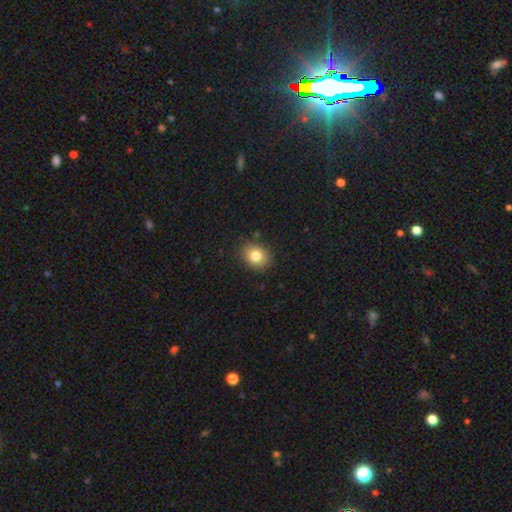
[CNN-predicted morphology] smooth-or-featured: smooth: 81% | star or artifact: 10% | featured or disk: 9%
  how-rounded: round: 54% | in between: 45% | cigar-shaped: 1%
  merging: none: 87% | minor disturbance: 10% | major disturbance: 2% | merger: 1%